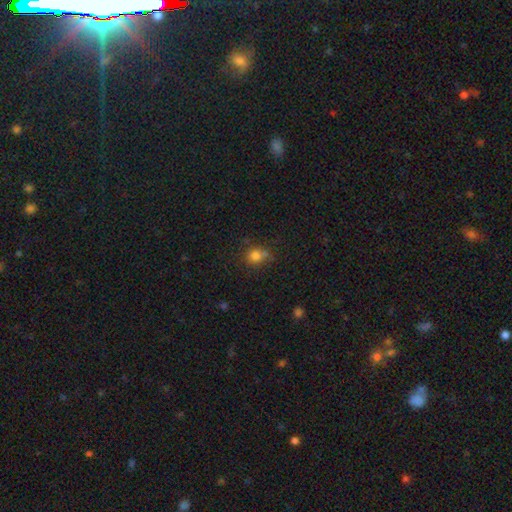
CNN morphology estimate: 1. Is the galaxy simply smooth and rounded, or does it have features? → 77% smooth, 15% star or artifact, 9% featured or disk.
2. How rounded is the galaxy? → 74% round, 25% in between, 1% cigar-shaped.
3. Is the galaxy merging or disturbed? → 58% none, 21% minor disturbance, 12% merger, 9% major disturbance.